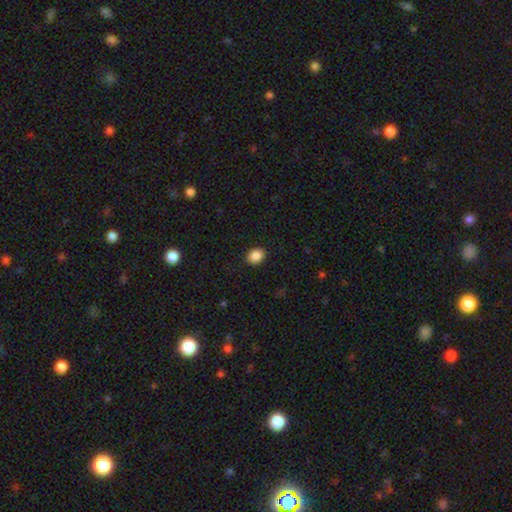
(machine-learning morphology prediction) smooth 88%, star or artifact 9%, featured or disk 3%. Down the decision tree: how rounded — round (58%); merging — none (91%).